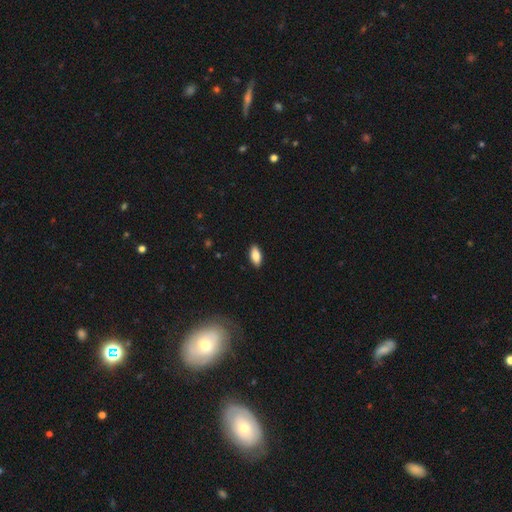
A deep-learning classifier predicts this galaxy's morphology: A smooth galaxy with no disk features (81%) that is in between round and cigar-shaped (86%). Merging: none (89%).